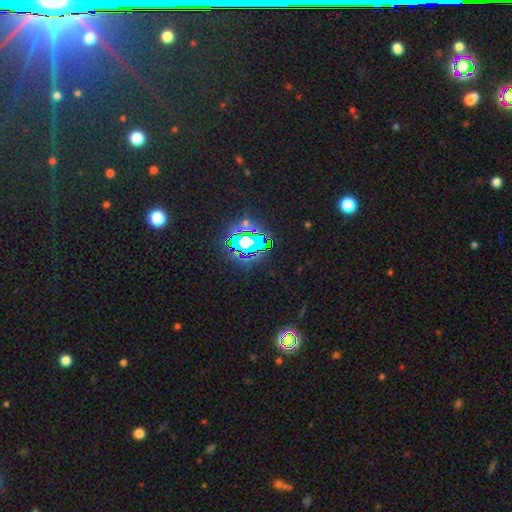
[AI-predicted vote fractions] A star or artifact, not a galaxy (77%).